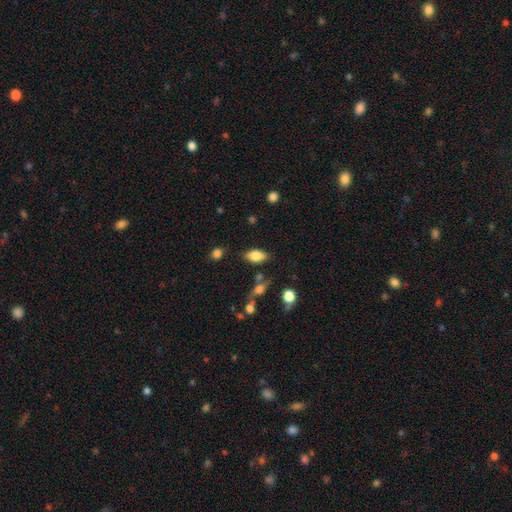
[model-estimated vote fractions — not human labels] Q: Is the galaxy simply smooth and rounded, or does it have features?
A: smooth — 75%.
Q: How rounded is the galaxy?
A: in between — 89%.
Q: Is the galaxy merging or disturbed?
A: none — 77%.